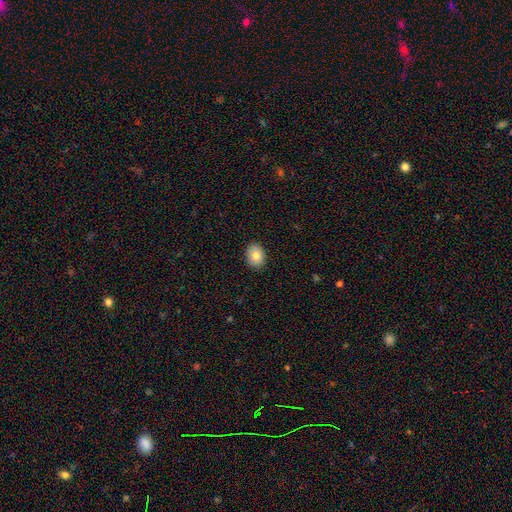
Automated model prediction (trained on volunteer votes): smooth_or_featured: smooth (p=0.82) [alt: featured or disk p=0.10]
how_rounded: in between (p=0.64) [alt: round p=0.35]
merging: none (p=0.89) [alt: minor disturbance p=0.08]